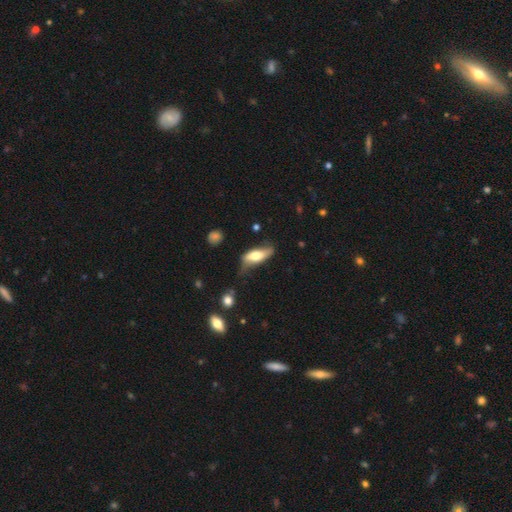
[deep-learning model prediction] Smooth or featured: smooth — 54% (featured or disk — 40%)
How rounded: in between — 68% (cigar-shaped — 29%)
Merging: none — 47% (minor disturbance — 35%)